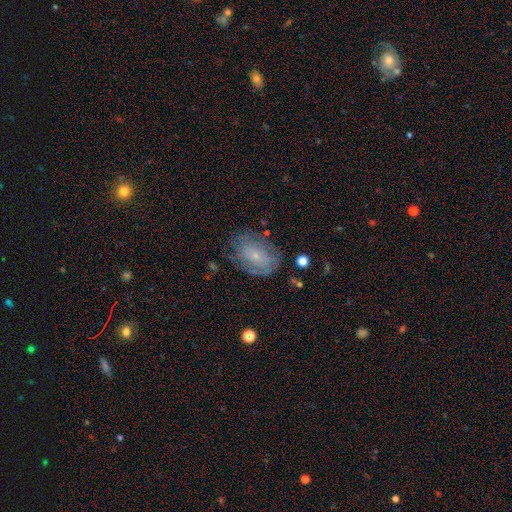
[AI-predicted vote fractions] The model was most divided on "smooth or featured": featured or disk: 46%, smooth: 45%, star or artifact: 9%. More confident: merging — none (65%).